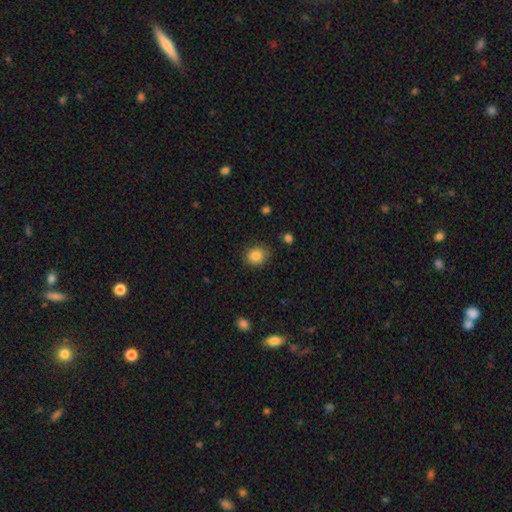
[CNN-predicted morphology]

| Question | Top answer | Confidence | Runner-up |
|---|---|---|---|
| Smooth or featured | smooth | 85% | star or artifact (9%) |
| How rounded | round | 72% | in between (28%) |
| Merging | none | 86% | minor disturbance (10%) |